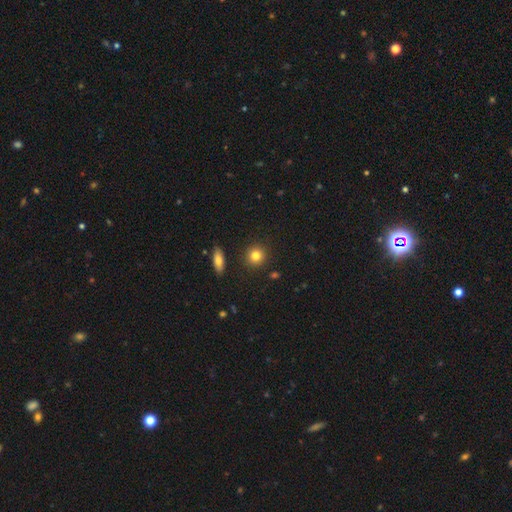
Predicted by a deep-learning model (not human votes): Smooth or featured? smooth (83%)
How rounded? round (88%)
Merging? none (90%)